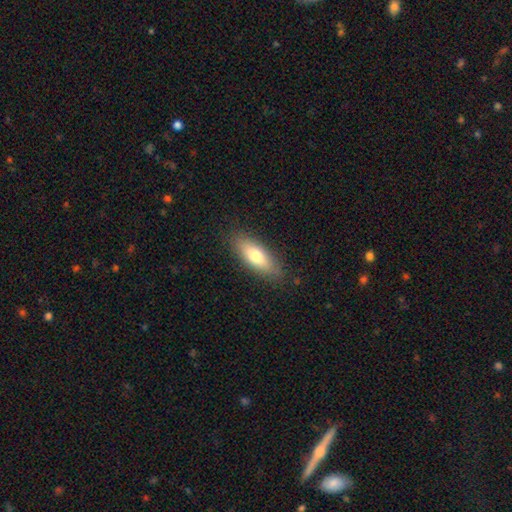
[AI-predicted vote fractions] Overall: smooth (72%). How rounded: in between (68%; cigar-shaped 30%). Merging: none (85%).